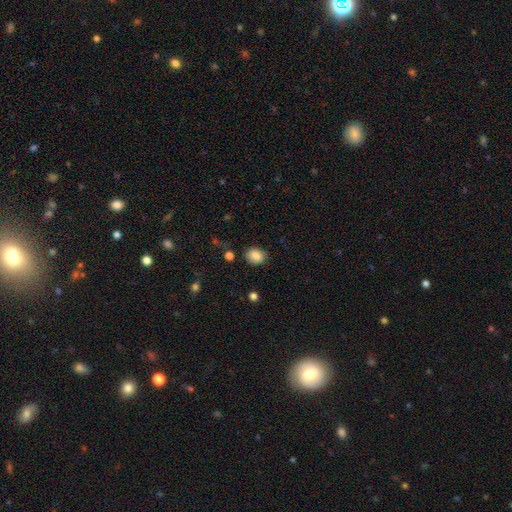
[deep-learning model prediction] A smooth galaxy with no disk features (85%) that is in between round and cigar-shaped (52%). Merging: none (82%).